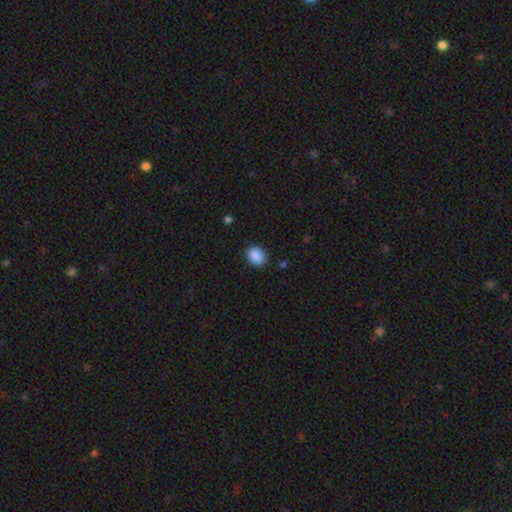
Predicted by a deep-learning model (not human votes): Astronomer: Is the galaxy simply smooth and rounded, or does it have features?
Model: smooth — 89%.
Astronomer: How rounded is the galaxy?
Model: in between — 56% (runner-up: round, 43%).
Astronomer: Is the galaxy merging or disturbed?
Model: none — 87%.